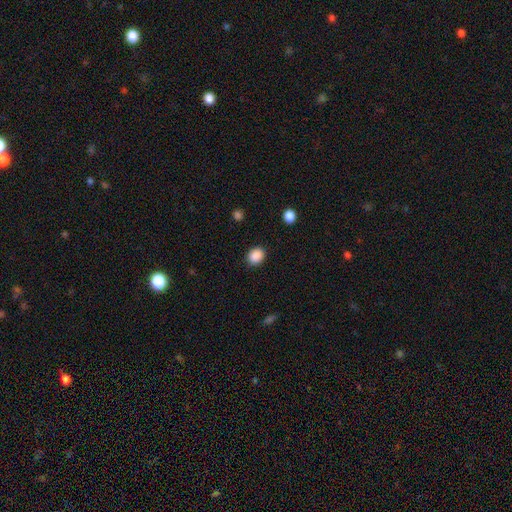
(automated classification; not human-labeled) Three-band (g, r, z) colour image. It shows a smooth galaxy with no disk features (89%) that is round (57%). Merging: none (89%).